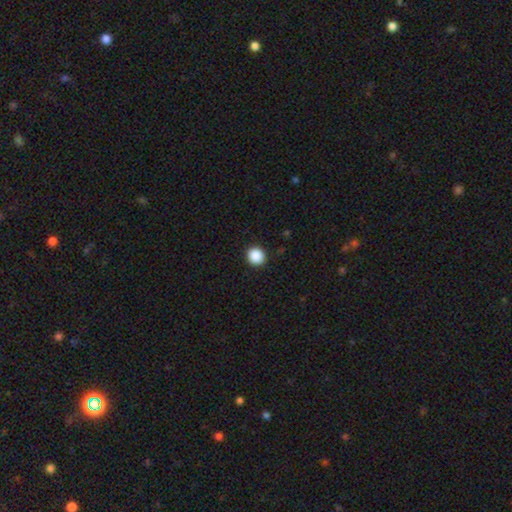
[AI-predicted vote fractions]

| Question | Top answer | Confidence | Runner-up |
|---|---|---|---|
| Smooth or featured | smooth | 89% | star or artifact (9%) |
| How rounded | round | 86% | in between (13%) |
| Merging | none | 92% | minor disturbance (5%) |